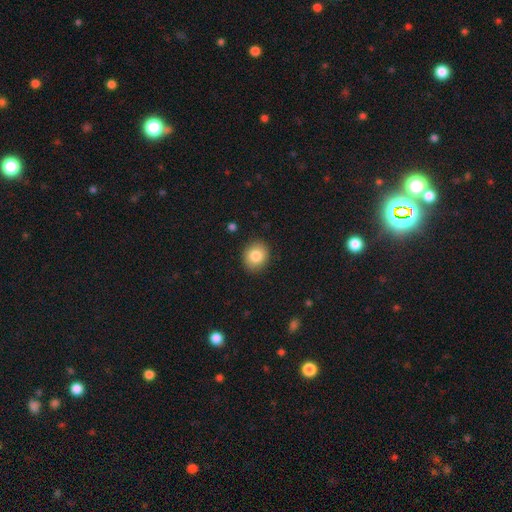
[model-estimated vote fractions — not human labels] Smooth or featured? Predicted: smooth (p=0.83). How rounded? Predicted: round (p=0.75). Merging? Predicted: none (p=0.89).